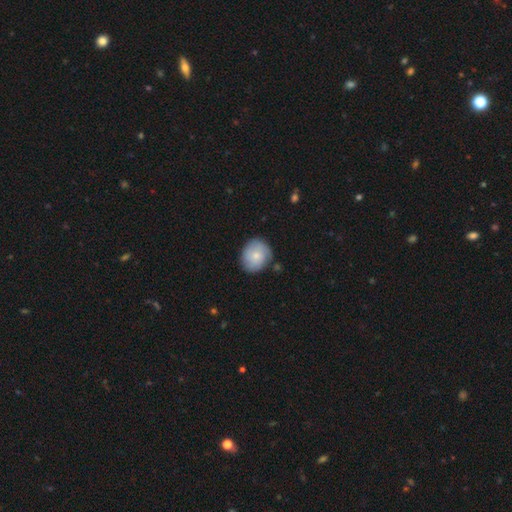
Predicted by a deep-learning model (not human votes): Smooth or featured? smooth (69%)
How rounded? round (73%)
Merging? none (76%)